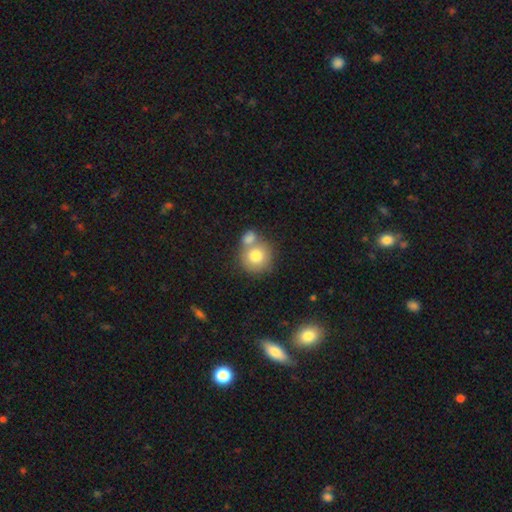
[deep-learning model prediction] Smooth or featured? smooth (77%)
How rounded? round (85%)
Merging? merger (45%)